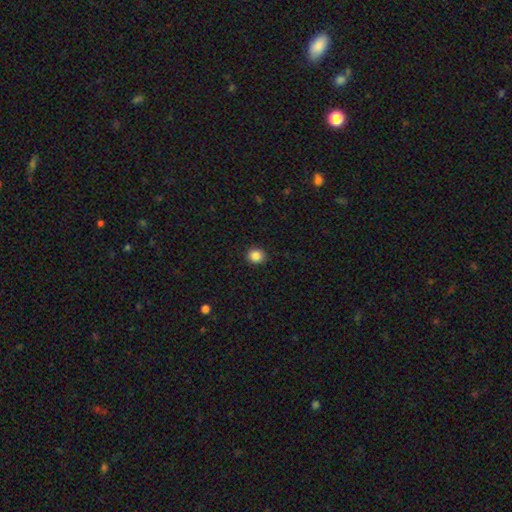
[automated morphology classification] Smooth or featured? smooth (87%)
How rounded? round (80%)
Merging? none (91%)